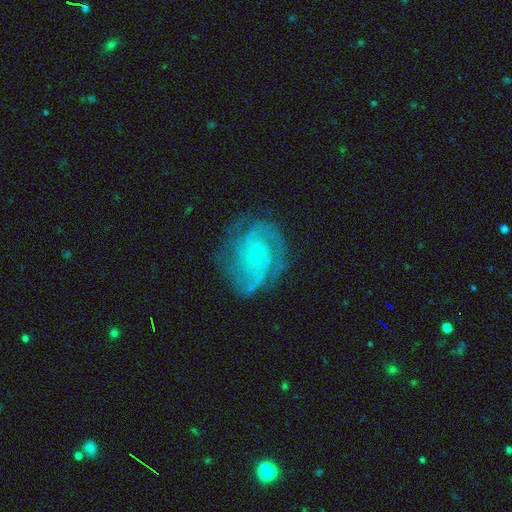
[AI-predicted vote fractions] This is clearly a featured or disk galaxy (84%). It is clearly not viewed edge-on (98%). Bar: possibly no (52%). Spiral arm pattern: clearly yes (96%). Spiral arm count: marginally 2 (40%). Spiral winding: possibly tight (59%). Central bulge: likely small (66%). Merging: likely none (73%).